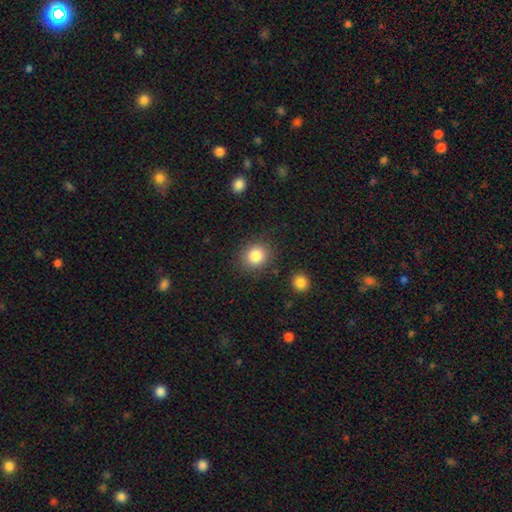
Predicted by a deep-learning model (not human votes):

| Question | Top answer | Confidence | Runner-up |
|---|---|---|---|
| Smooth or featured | smooth | 84% | star or artifact (10%) |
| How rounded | round | 82% | in between (17%) |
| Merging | none | 85% | minor disturbance (9%) |